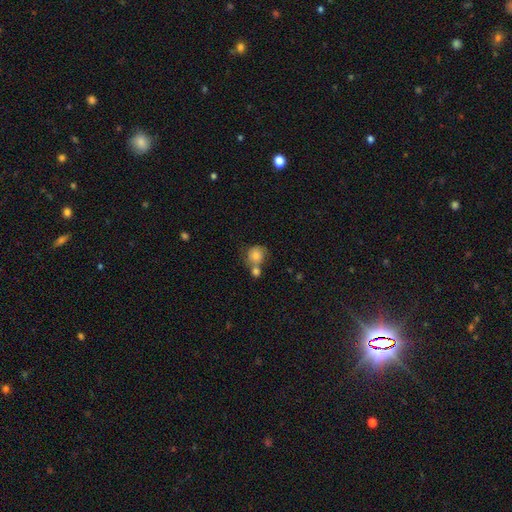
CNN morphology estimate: A smooth galaxy with no disk features (78%) that is round (80%).

Vote fractions:
- Smooth or featured? smooth: 78% / featured or disk: 13% / star or artifact: 9%
- How rounded? round: 80% / in between: 19% / cigar-shaped: 1%
- Merging? merger: 41% / none: 38% / minor disturbance: 14% / major disturbance: 6%